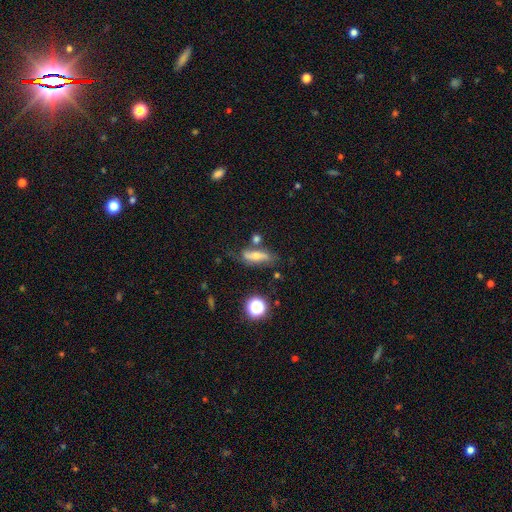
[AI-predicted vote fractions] Morphology: type=featured or disk (49%); merging=none (61%).